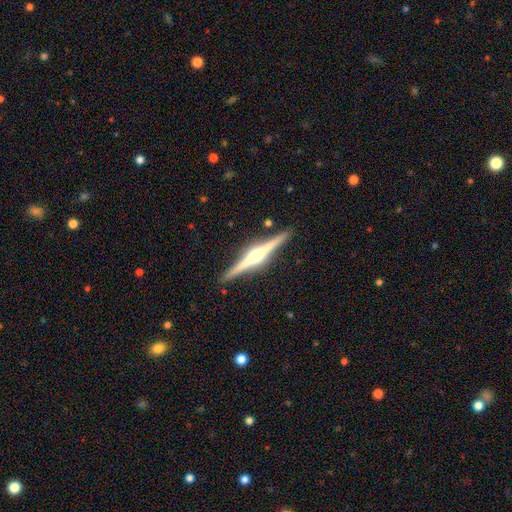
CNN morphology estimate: The model was most divided on "smooth or featured": featured or disk: 86%, smooth: 10%, star or artifact: 5%. More confident: edge-on disk — yes (99%); edge-on bulge — rounded (92%); merging — none (91%).